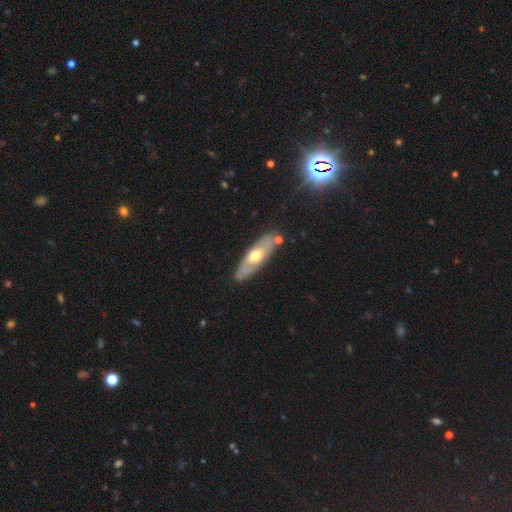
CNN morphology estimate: A featured or disk galaxy (57%).

Vote fractions:
- Smooth or featured? featured or disk: 57% / smooth: 38% / star or artifact: 5%
- Edge-on disk? no: 64% / yes: 36%
- Merging? none: 80% / minor disturbance: 13% / merger: 4% / major disturbance: 3%